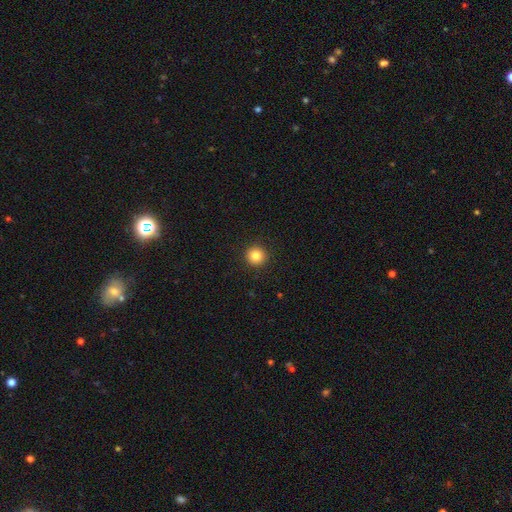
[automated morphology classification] Smooth or featured?
  - smooth: 84% *
  - star or artifact: 11%
  - featured or disk: 5%
How rounded?
  - round: 95% *
  - in between: 4%
  - cigar-shaped: 1%
Merging?
  - none: 93% *
  - minor disturbance: 4%
  - major disturbance: 2%
  - merger: 1%